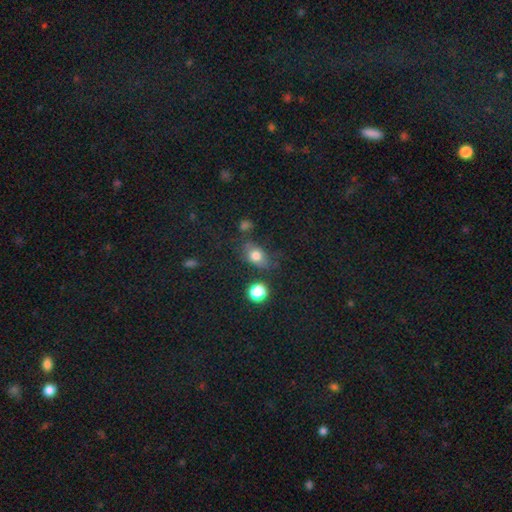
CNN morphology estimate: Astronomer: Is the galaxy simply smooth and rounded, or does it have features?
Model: smooth — 76%.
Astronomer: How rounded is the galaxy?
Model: in between — 68%.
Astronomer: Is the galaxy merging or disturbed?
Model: none — 64%.